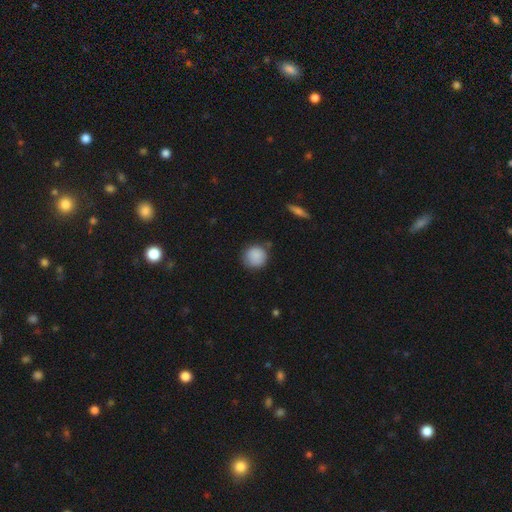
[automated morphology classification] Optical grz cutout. It shows a smooth galaxy with no disk features (88%) that is round (92%). Merging: none (80%).